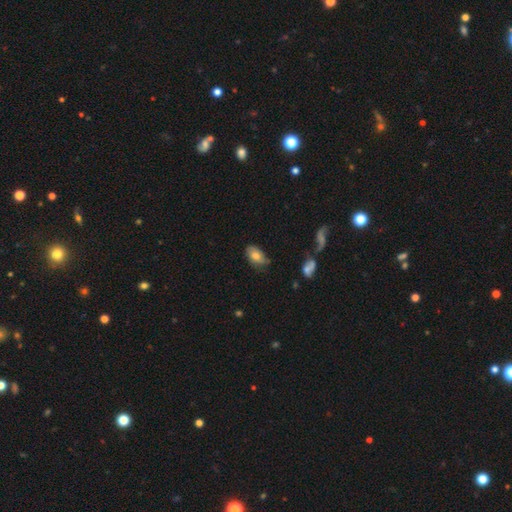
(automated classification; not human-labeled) smooth_or_featured: smooth (p=0.72) [alt: featured or disk p=0.21]
how_rounded: in between (p=0.91) [alt: round p=0.06]
merging: none (p=0.60) [alt: minor disturbance p=0.30]